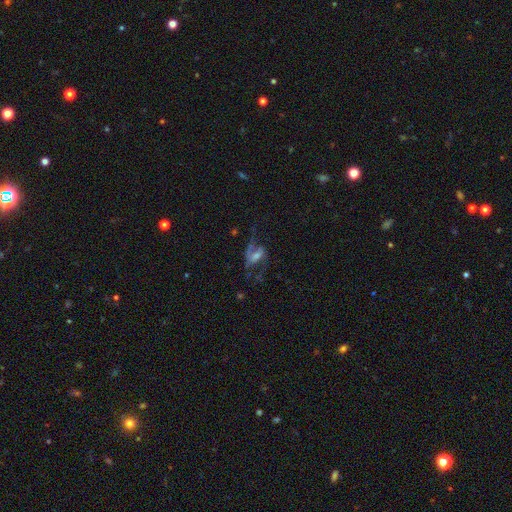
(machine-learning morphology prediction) featured or disk 68%, smooth 18%, star or artifact 14%. Down the decision tree: edge-on disk — no (93%); bar — weak (40%); spiral arms — yes (78%); bulge size — moderate (41%); merging — none (44%).